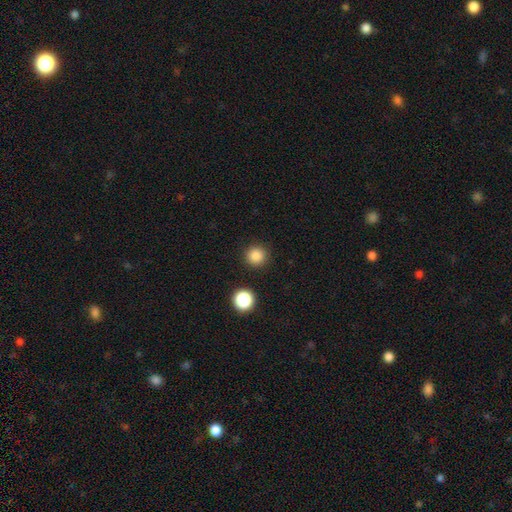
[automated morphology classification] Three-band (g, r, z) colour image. It shows a smooth galaxy with no disk features (84%) that is round (95%). Merging: none (91%).